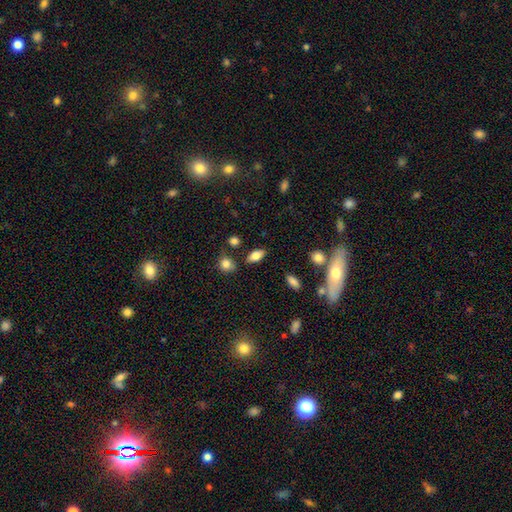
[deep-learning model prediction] Smooth or featured: smooth — 75% (featured or disk — 16%)
How rounded: in between — 87% (cigar-shaped — 9%)
Merging: none — 82% (minor disturbance — 11%)